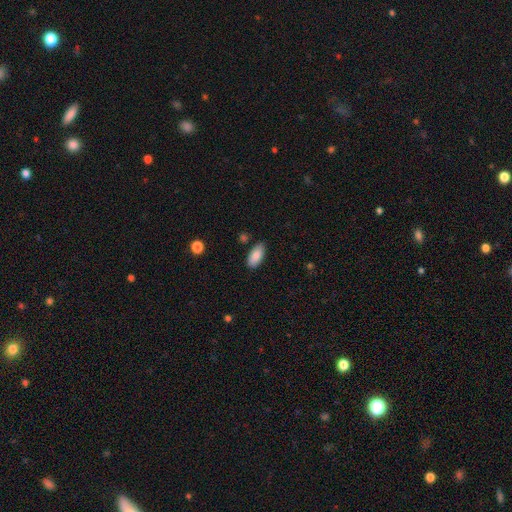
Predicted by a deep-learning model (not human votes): Morphology: type=smooth (87%); roundness=in between (91%); merging=none (83%).